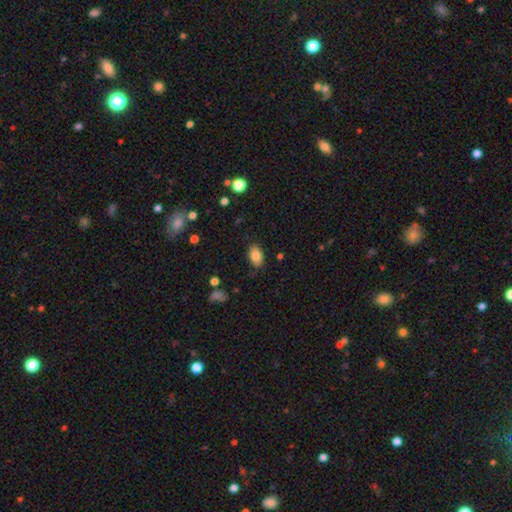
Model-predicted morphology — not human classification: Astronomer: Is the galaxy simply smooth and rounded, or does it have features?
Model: smooth — 82%.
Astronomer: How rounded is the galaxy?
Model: in between — 91%.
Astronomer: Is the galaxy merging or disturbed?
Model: none — 84%.